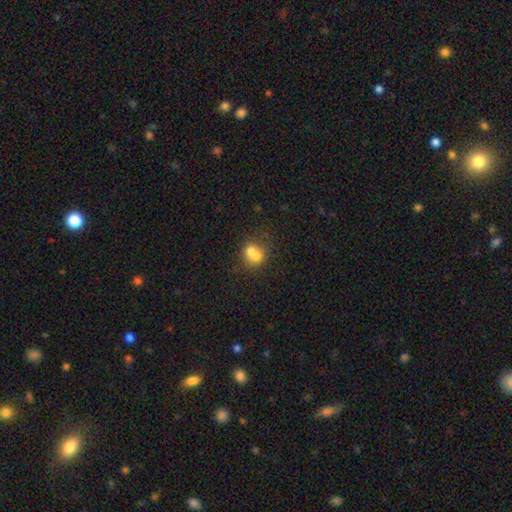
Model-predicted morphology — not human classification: This is likely a smooth galaxy (66%). How rounded: likely round (71%). Merging: likely merger (65%).